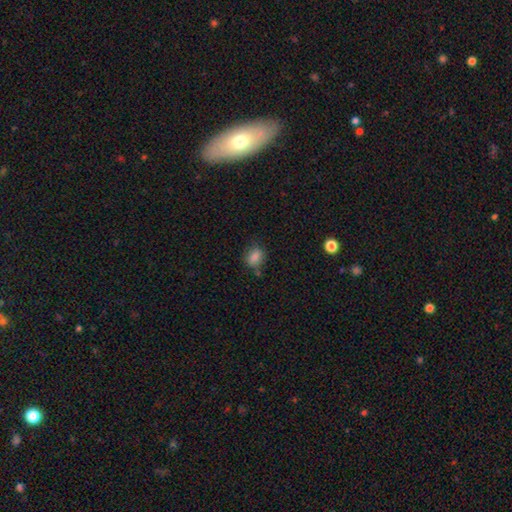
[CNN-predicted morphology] This is clearly a smooth galaxy (82%). How rounded: possibly in between (55%). Merging: likely none (68%).